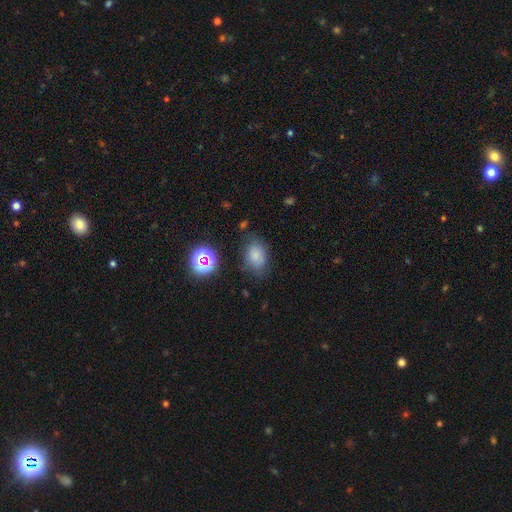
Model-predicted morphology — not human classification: Smooth or featured?
  - smooth: 74% *
  - star or artifact: 15%
  - featured or disk: 11%
How rounded?
  - in between: 73% *
  - round: 26%
  - cigar-shaped: 1%
Merging?
  - none: 69% *
  - minor disturbance: 21%
  - major disturbance: 7%
  - merger: 3%